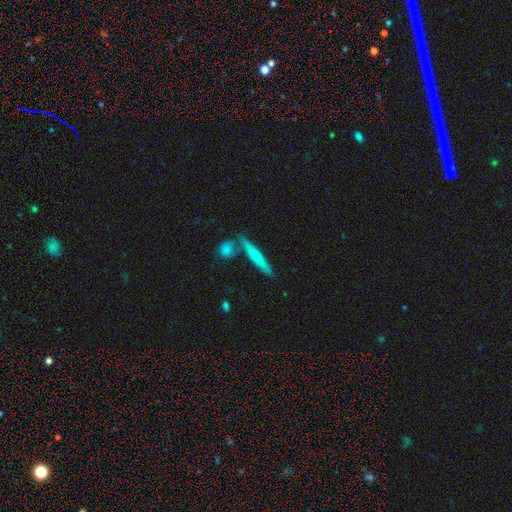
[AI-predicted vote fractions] The model was most divided on "smooth or featured": featured or disk: 49%, smooth: 45%, star or artifact: 6%. More confident: merging — none (74%).